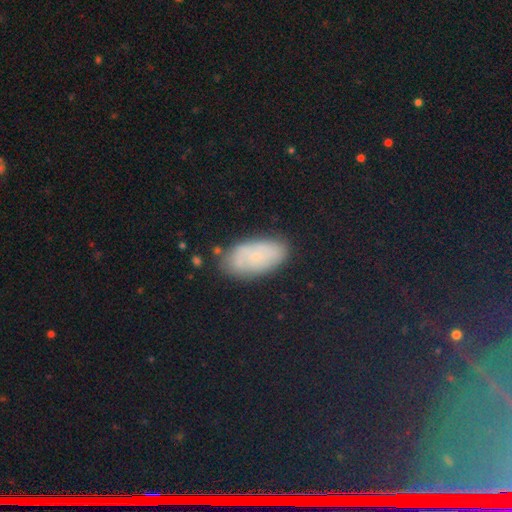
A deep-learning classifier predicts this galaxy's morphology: This appears to be a smooth galaxy with no disk features (50%) that is in between round and cigar-shaped (92%). Merging: none (74%).